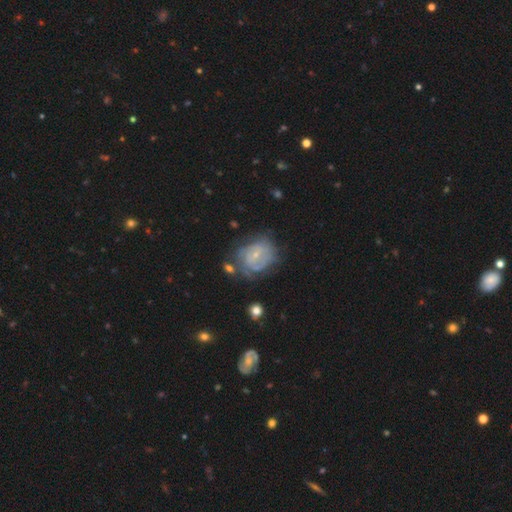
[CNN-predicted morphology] A featured or disk galaxy (75%) with no bar (53%), tight (62%) spiral arms (85%) and a small central bulge (73%). Merging: none (56%).